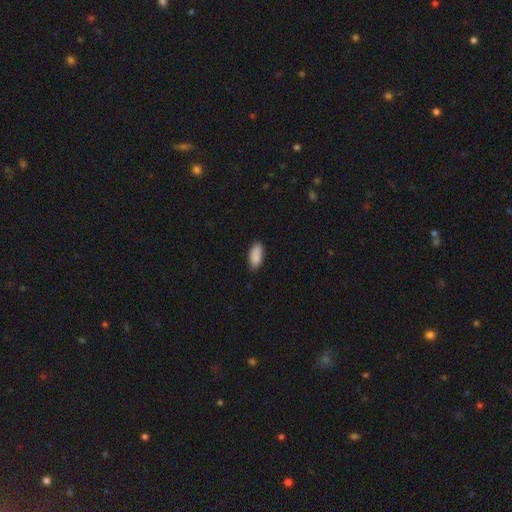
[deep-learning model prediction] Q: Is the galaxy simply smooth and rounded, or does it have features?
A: smooth — 89%.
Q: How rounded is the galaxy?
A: in between — 89%.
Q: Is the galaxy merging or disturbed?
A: none — 80%.